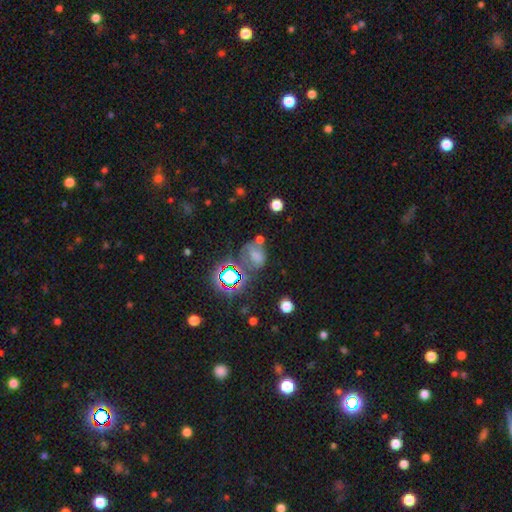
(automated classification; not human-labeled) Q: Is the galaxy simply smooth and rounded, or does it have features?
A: smooth — 49%.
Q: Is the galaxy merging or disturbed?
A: none — 38%.